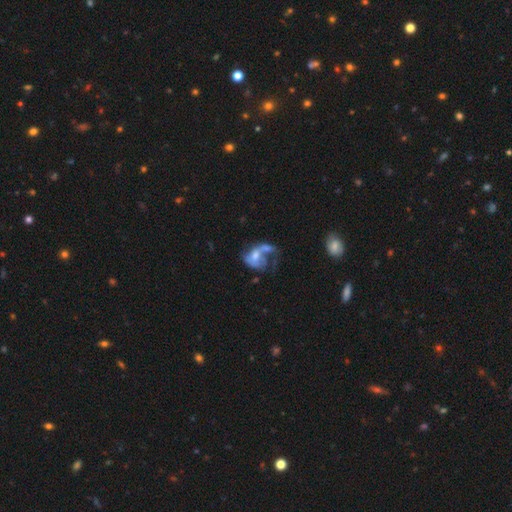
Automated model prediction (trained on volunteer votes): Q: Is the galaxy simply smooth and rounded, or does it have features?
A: featured or disk — 61%.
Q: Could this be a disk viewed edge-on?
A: no — 97%.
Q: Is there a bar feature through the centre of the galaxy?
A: no — 69%.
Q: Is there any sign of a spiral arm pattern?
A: yes — 59%.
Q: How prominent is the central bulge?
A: moderate — 49%.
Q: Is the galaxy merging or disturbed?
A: major disturbance — 38%.